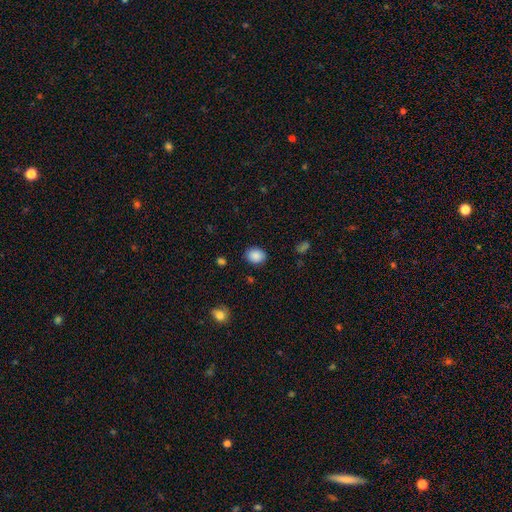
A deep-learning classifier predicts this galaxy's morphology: smooth-or-featured: smooth: 88% | star or artifact: 8% | featured or disk: 4%
  how-rounded: in between: 52% | round: 47% | cigar-shaped: 1%
  merging: none: 86% | minor disturbance: 10% | major disturbance: 3% | merger: 1%